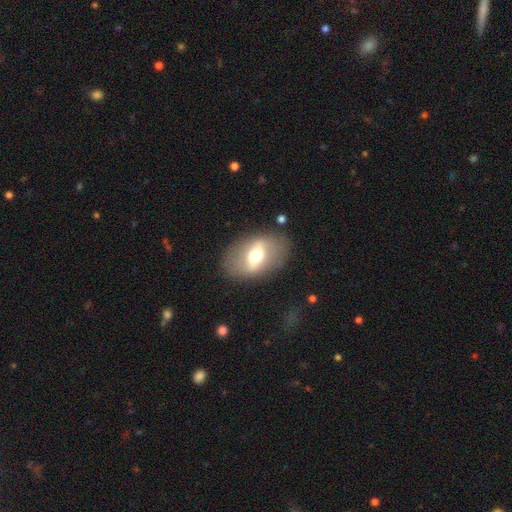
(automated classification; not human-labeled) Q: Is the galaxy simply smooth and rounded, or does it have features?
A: featured or disk — 48%.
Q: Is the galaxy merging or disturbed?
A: none — 81%.